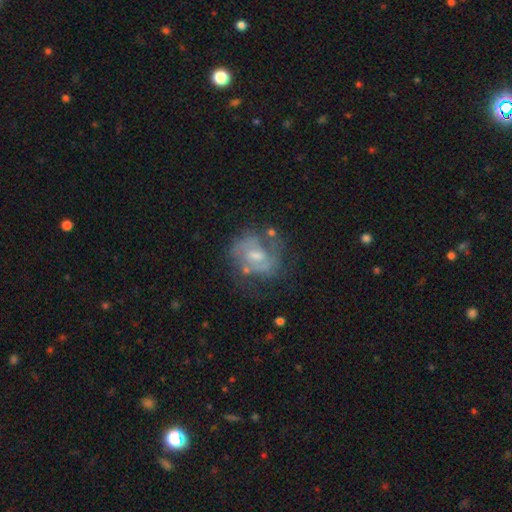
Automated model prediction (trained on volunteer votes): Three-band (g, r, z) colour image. It shows a featured or disk galaxy (73%) with a weak bar (52%), 2 (59%) medium (46%) spiral arms (80%) and a moderate central bulge (45%). Merging: none (55%).